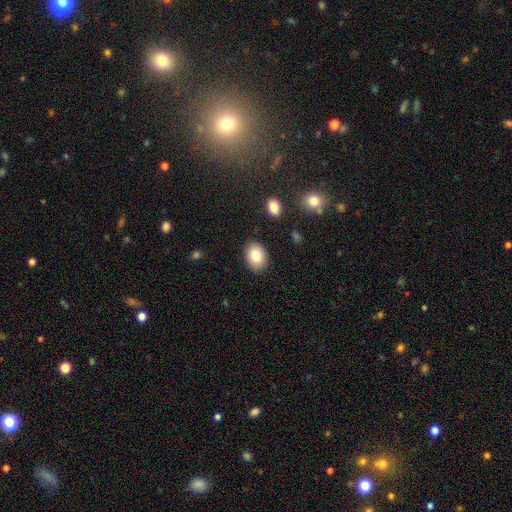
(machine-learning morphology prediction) Overall: smooth (83%). How rounded: in between (79%). Merging: none (87%).